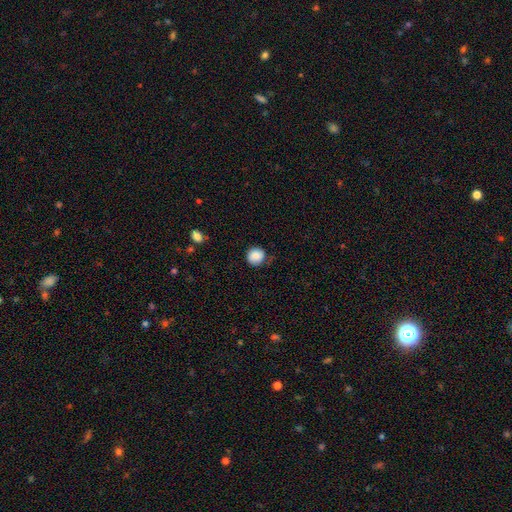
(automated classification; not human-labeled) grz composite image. It shows a smooth galaxy with no disk features (87%) that is round (92%). Merging: none (78%).